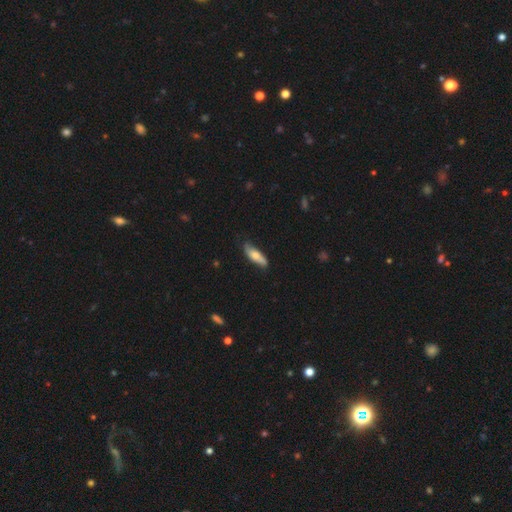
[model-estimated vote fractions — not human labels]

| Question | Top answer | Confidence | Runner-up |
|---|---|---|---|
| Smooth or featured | smooth | 64% | featured or disk (30%) |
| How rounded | in between | 50% | cigar-shaped (48%) |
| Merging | none | 72% | minor disturbance (23%) |